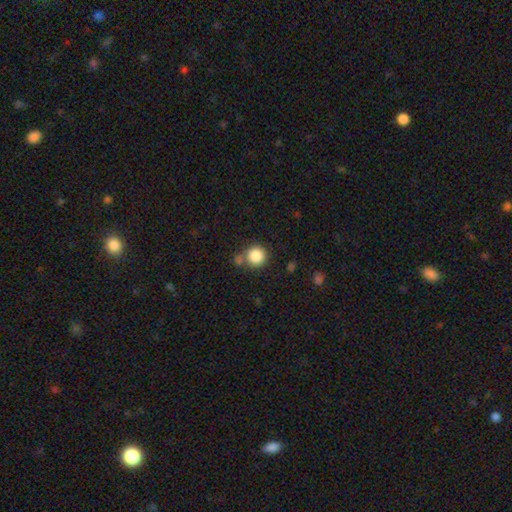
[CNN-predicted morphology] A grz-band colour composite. It shows a smooth galaxy with no disk features (86%) that is round (93%). Merging: none (68%).